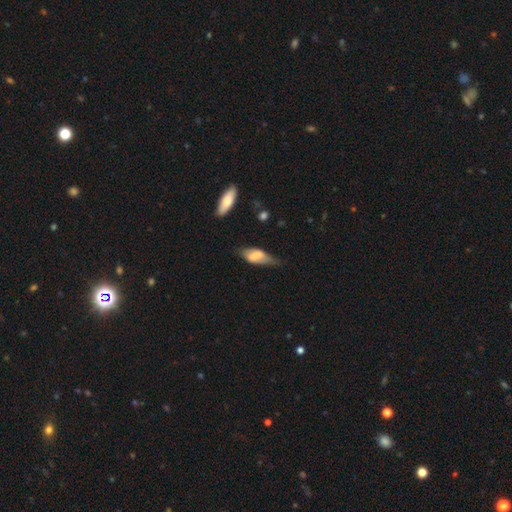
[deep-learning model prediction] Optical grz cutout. It shows a smooth galaxy with no disk features (60%) that is in between round and cigar-shaped (73%). Merging: none (41%).